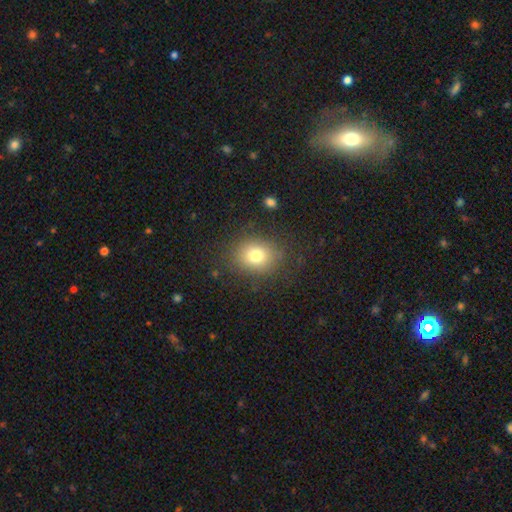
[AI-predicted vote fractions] The model was most divided on "how rounded": round: 61%, in between: 38%, cigar-shaped: 1%. More confident: merging — none (82%); smooth or featured — smooth (75%).